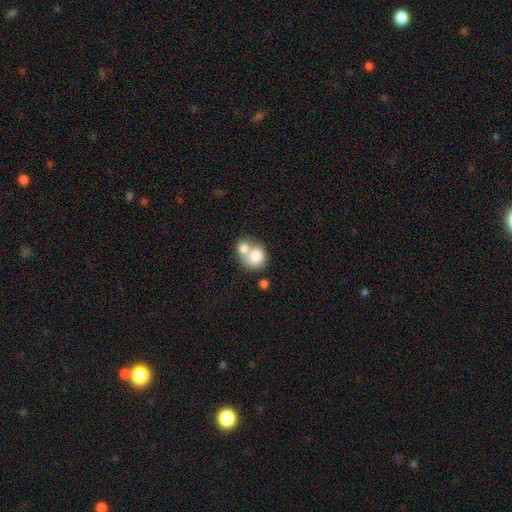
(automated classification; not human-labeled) smooth 77%, featured or disk 16%, star or artifact 8%. Down the decision tree: how rounded — round (71%); merging — merger (66%).